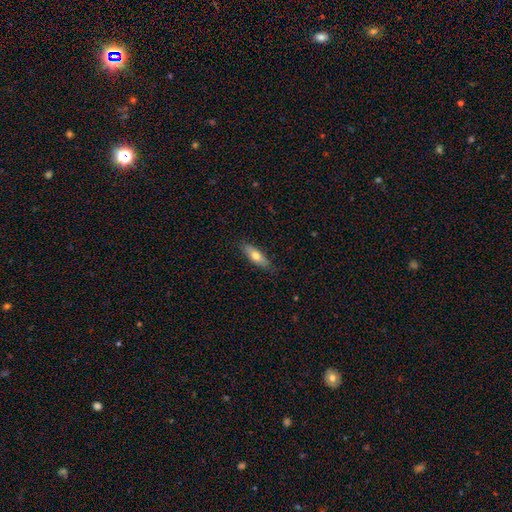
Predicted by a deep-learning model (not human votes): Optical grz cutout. It shows a smooth galaxy with no disk features (68%) that is in between round and cigar-shaped (57%). Merging: none (83%).